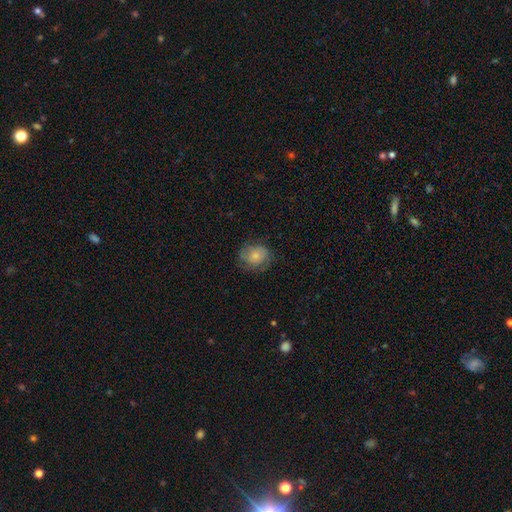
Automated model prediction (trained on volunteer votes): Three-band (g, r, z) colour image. It shows a smooth galaxy with no disk features (65%) that is round (69%). Merging: none (66%).